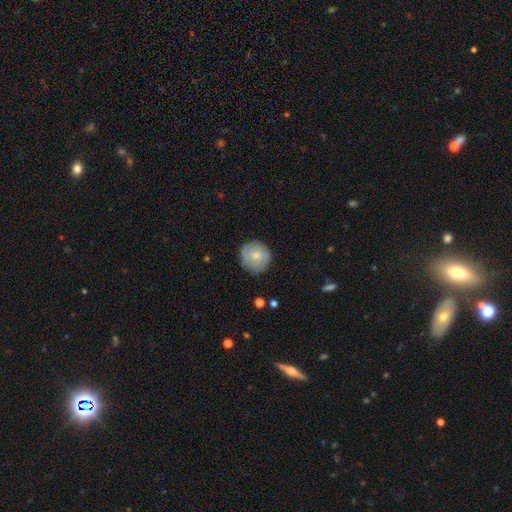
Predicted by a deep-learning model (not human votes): smooth-or-featured: smooth: 65% | featured or disk: 29% | star or artifact: 7%
  how-rounded: round: 93% | in between: 6% | cigar-shaped: 1%
  merging: none: 83% | minor disturbance: 13% | major disturbance: 3% | merger: 1%